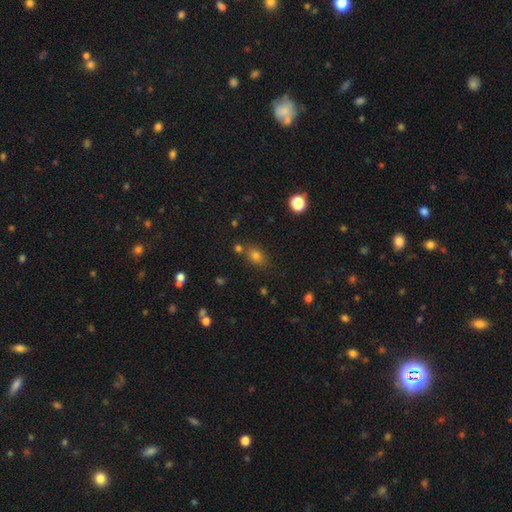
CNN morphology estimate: A smooth galaxy with no disk features (73%) that is in between round and cigar-shaped (63%). Merging: none (71%).